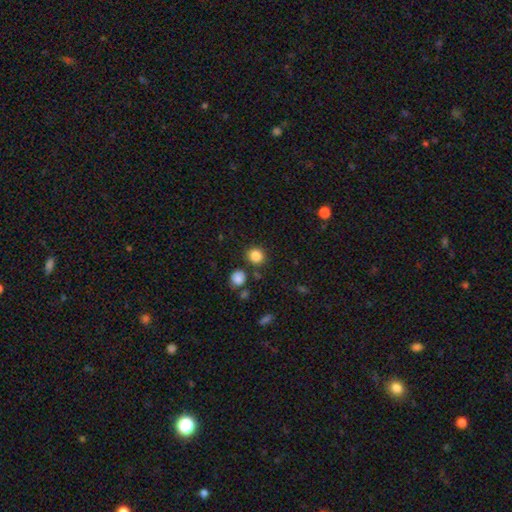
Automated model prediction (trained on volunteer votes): This is clearly a smooth galaxy (85%). How rounded: clearly round (86%). Merging: clearly none (82%).